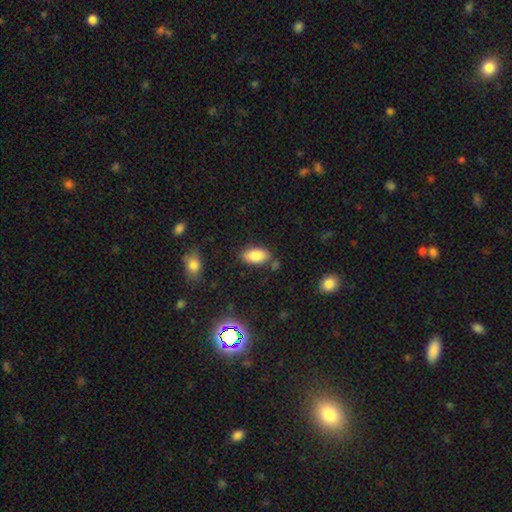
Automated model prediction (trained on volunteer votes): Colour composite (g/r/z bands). It shows a smooth galaxy with no disk features (84%) that is in between round and cigar-shaped (93%). Merging: none (78%).